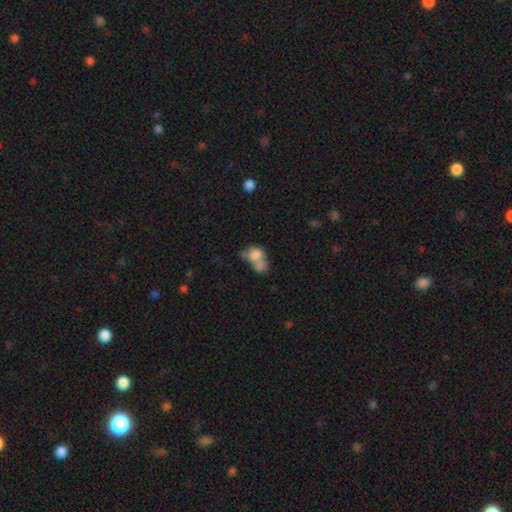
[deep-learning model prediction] Smooth or featured: smooth — 75% (featured or disk — 16%)
How rounded: in between — 49% (tied with round — 49%)
Merging: merger — 68% (none — 19%)